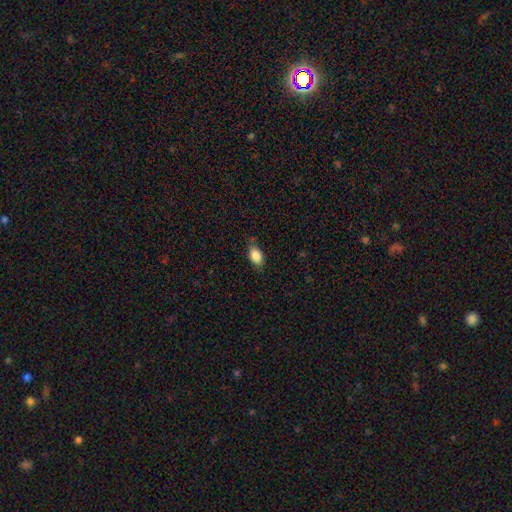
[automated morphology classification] Q: Smooth or featured?
A: smooth (86%); runner-up: star or artifact (8%)
Q: How rounded?
A: in between (89%); runner-up: round (8%)
Q: Merging?
A: none (75%); runner-up: minor disturbance (19%)